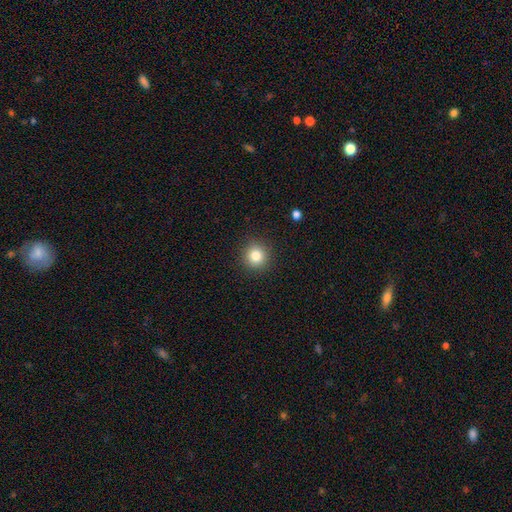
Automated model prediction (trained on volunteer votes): Smooth or featured: smooth — 82% (star or artifact — 11%)
How rounded: round — 93% (in between — 7%)
Merging: none — 91% (minor disturbance — 6%)